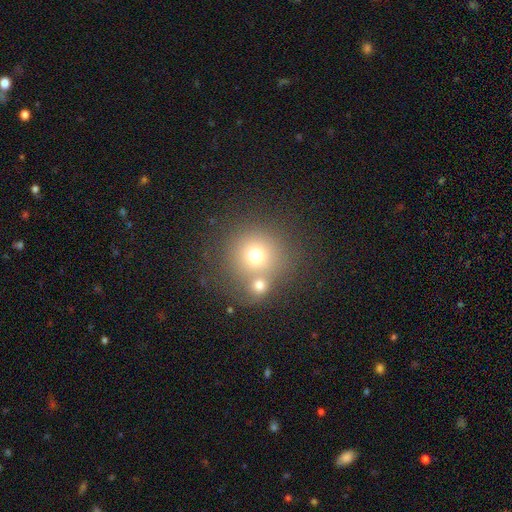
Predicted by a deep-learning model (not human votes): Q: Smooth or featured?
A: smooth (70%); runner-up: star or artifact (15%)
Q: How rounded?
A: round (92%); runner-up: in between (7%)
Q: Merging?
A: none (54%); runner-up: merger (34%)